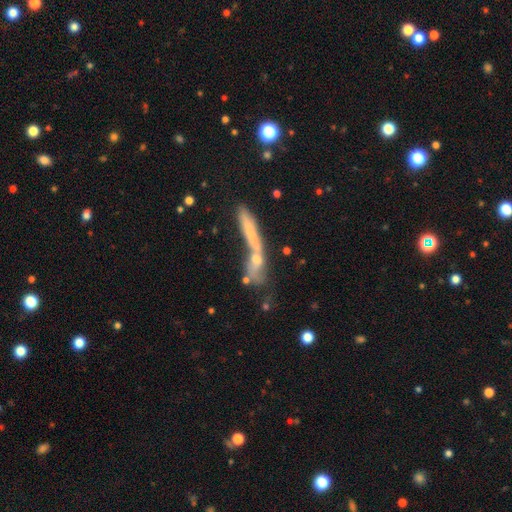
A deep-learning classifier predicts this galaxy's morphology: type=smooth (45%); merging=merger (40%).